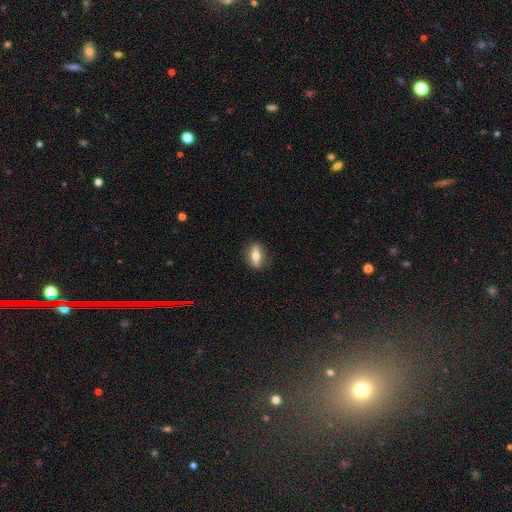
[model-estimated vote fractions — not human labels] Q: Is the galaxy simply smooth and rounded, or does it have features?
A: smooth — 59%.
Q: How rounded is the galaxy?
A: in between — 67%.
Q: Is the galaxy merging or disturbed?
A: none — 85%.